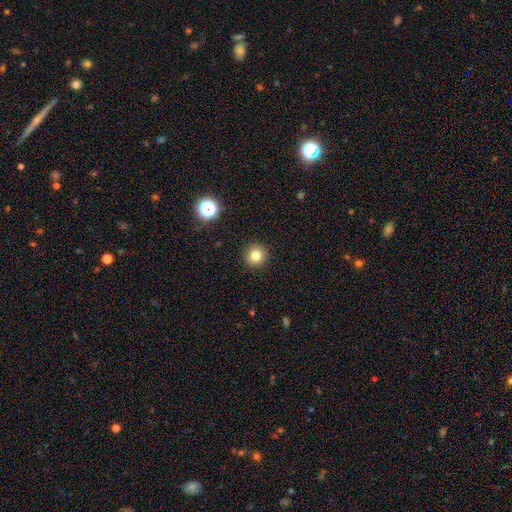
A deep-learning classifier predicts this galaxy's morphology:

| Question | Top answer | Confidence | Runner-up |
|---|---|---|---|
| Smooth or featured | smooth | 80% | star or artifact (13%) |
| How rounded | round | 95% | in between (4%) |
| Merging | none | 92% | minor disturbance (5%) |